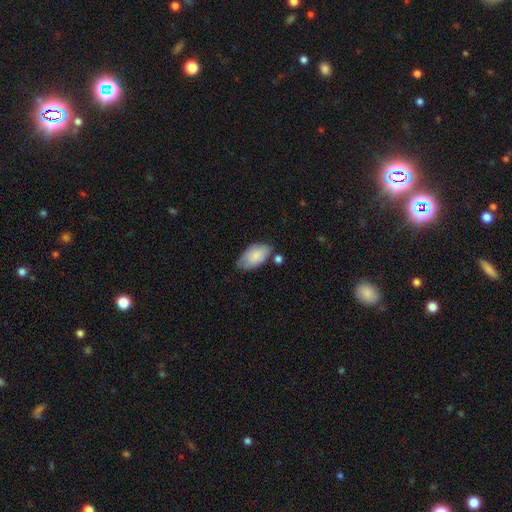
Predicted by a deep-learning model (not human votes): The model was most divided on "merging": none: 55%, minor disturbance: 29%, merger: 9%, major disturbance: 7%. More confident: how rounded — in between (95%); smooth or featured — smooth (80%).